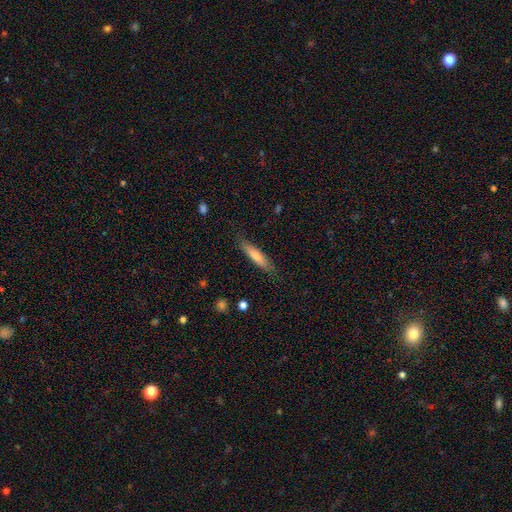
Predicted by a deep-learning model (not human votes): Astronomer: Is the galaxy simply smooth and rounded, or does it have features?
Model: smooth — 67%.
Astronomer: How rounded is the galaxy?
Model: cigar-shaped — 83%.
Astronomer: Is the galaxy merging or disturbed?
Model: none — 83%.